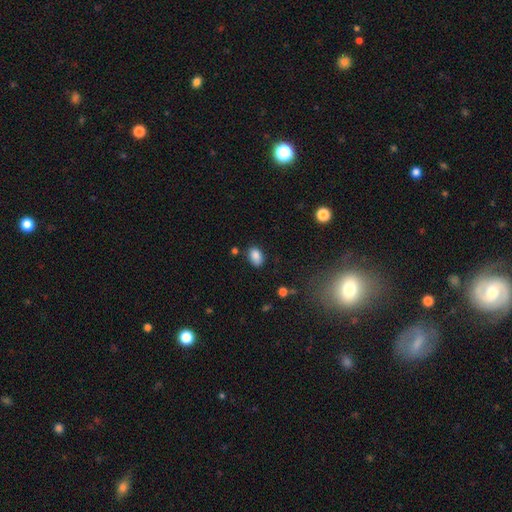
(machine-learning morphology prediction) smooth-or-featured: smooth: 85% | star or artifact: 9% | featured or disk: 6%
  how-rounded: in between: 85% | round: 14% | cigar-shaped: 1%
  merging: none: 78% | minor disturbance: 16% | major disturbance: 3% | merger: 3%